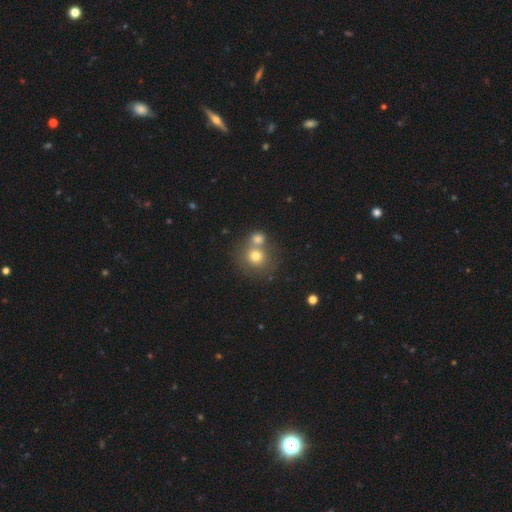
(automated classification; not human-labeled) Smooth or featured? smooth (74%)
How rounded? round (84%)
Merging? none (45%)